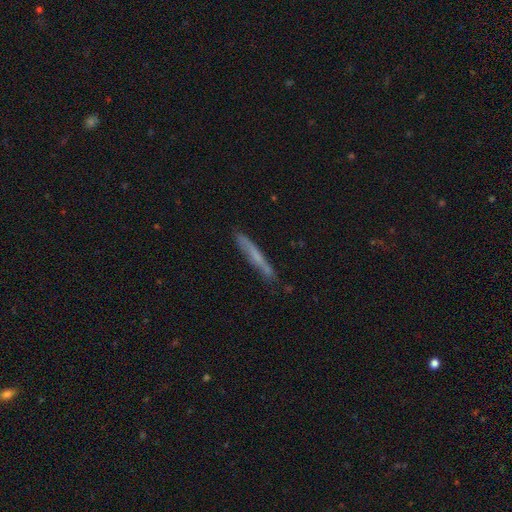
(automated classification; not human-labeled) The model was most divided on "smooth or featured": smooth: 53%, featured or disk: 39%, star or artifact: 8%. More confident: how rounded — cigar-shaped (95%); merging — none (80%).